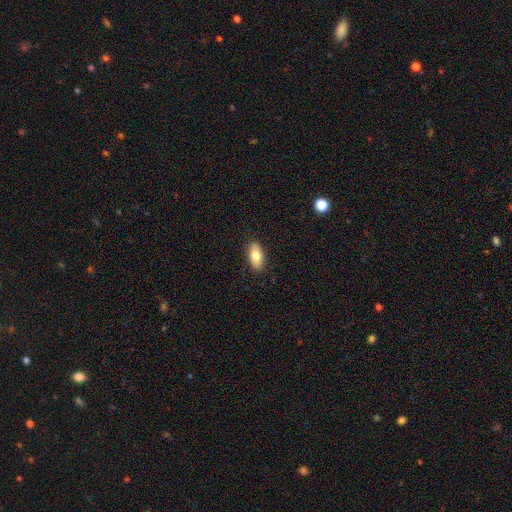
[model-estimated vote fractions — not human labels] The model was most divided on "smooth or featured": smooth: 79%, featured or disk: 14%, star or artifact: 7%. More confident: how rounded — in between (89%); merging — none (89%).